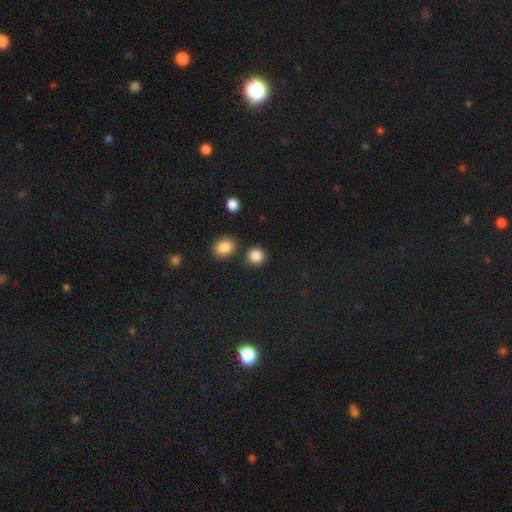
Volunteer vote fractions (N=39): smooth_or_featured: smooth (p=0.87) [alt: star or artifact p=0.10]
how_rounded: round (p=0.85) [alt: in between p=0.15]
merging: none (p=0.83) [alt: minor disturbance p=0.11]